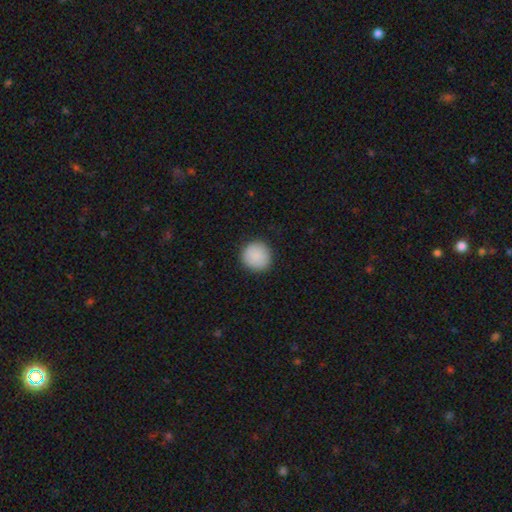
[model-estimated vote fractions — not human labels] Smooth or featured: smooth — 88% (star or artifact — 7%)
How rounded: round — 94% (in between — 5%)
Merging: none — 90% (minor disturbance — 7%)